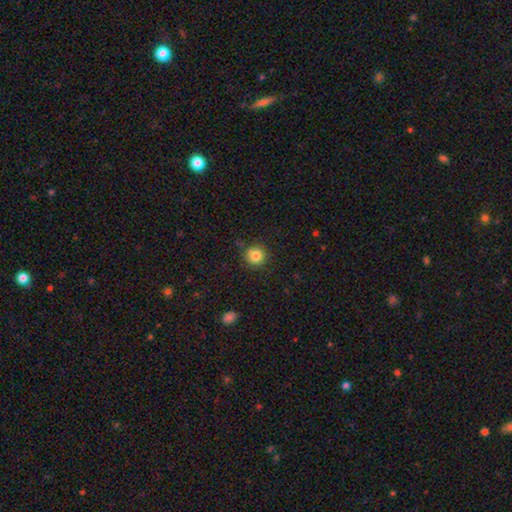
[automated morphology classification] Overall: smooth (83%). How rounded: round (94%). Merging: none (85%).